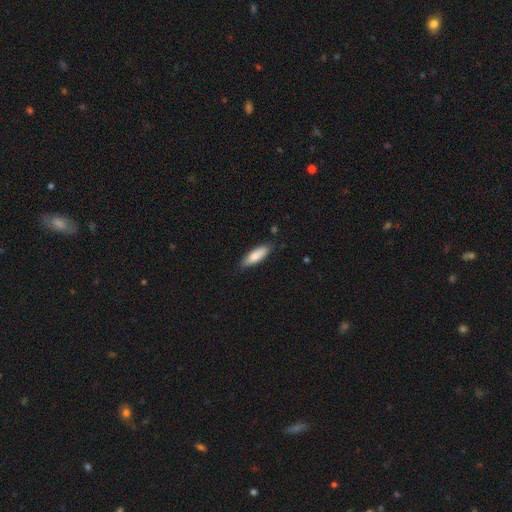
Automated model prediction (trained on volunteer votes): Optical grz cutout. It shows a smooth galaxy with no disk features (83%) that is in between round and cigar-shaped (53%). Merging: none (82%).